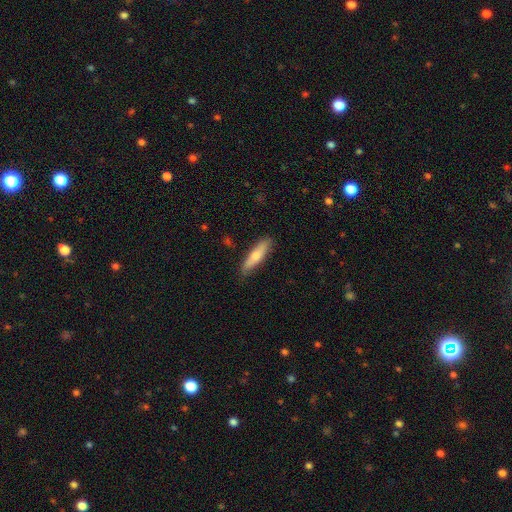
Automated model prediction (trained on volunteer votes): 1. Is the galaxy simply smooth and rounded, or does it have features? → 70% smooth, 25% featured or disk, 6% star or artifact.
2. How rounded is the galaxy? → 73% cigar-shaped, 25% in between, 2% round.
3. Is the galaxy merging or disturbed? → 84% none, 13% minor disturbance, 2% major disturbance, 1% merger.